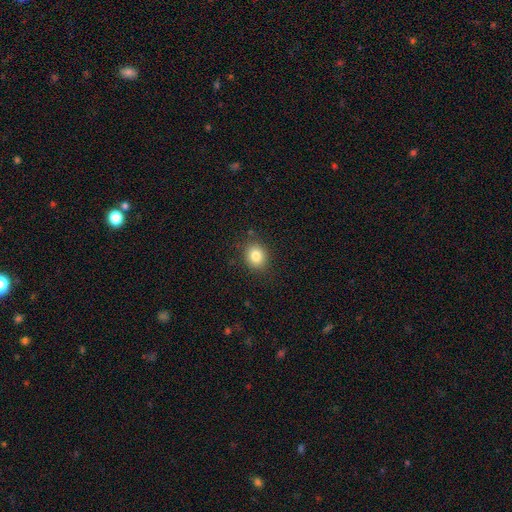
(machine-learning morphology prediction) This appears to be a smooth galaxy with no disk features (82%) that is round (69%). Merging: none (86%).